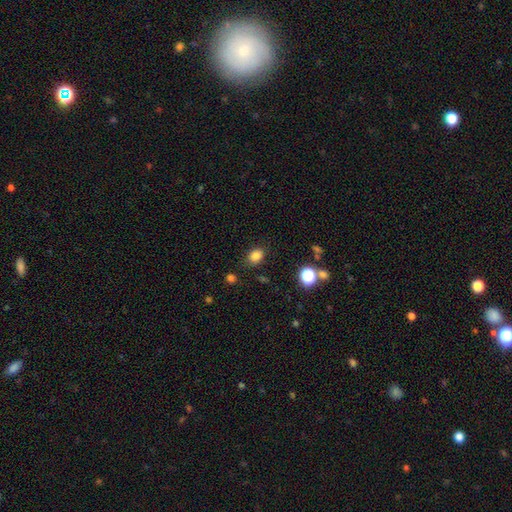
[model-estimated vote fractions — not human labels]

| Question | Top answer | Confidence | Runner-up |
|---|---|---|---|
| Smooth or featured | smooth | 83% | star or artifact (12%) |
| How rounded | in between | 63% | round (36%) |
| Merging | none | 82% | minor disturbance (12%) |